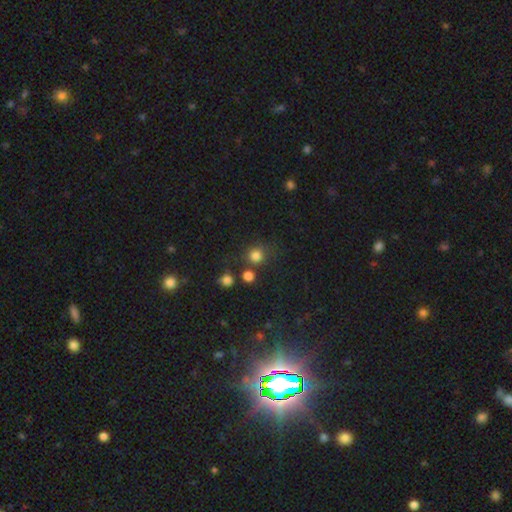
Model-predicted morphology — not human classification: Overall: smooth (78%). How rounded: round (89%). Merging: none (70%).